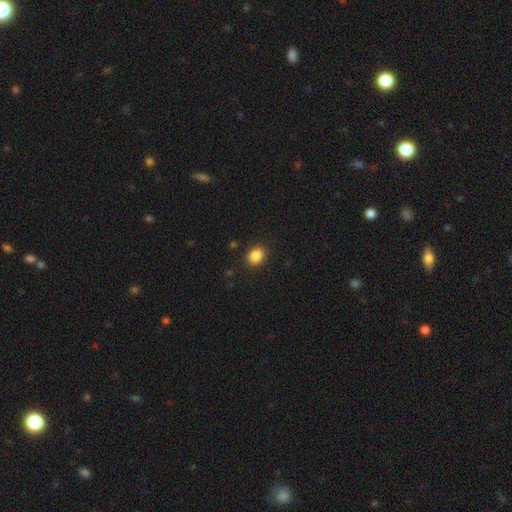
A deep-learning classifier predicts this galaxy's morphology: A smooth galaxy with no disk features (86%) that is round (57%). Merging: none (88%).